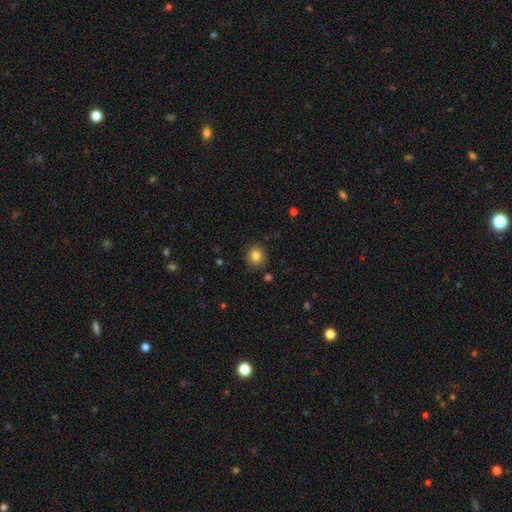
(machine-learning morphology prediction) Smooth or featured: smooth — 84% (star or artifact — 11%)
How rounded: round — 85% (in between — 14%)
Merging: none — 87% (minor disturbance — 9%)